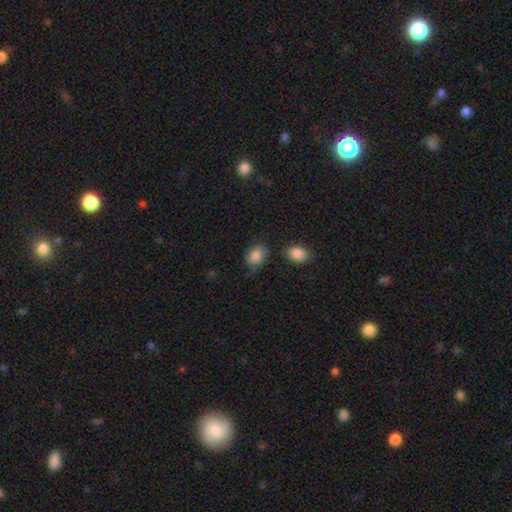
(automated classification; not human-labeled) Smooth or featured? smooth (86%)
How rounded? in between (65%)
Merging? none (66%)